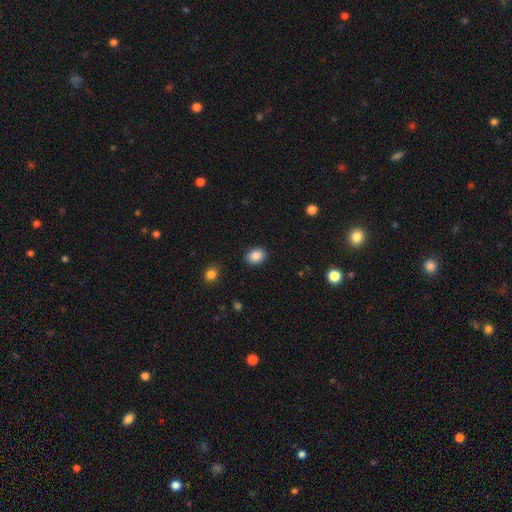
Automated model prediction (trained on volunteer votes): Smooth or featured?
  - smooth: 87% *
  - star or artifact: 8%
  - featured or disk: 4%
How rounded?
  - in between: 65% *
  - round: 34%
  - cigar-shaped: 1%
Merging?
  - none: 88% *
  - minor disturbance: 8%
  - major disturbance: 2%
  - merger: 1%